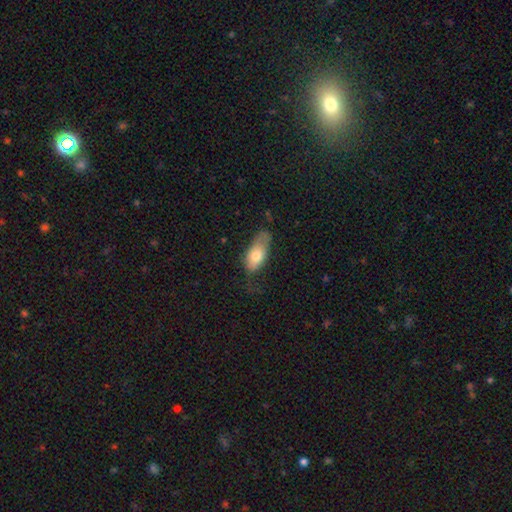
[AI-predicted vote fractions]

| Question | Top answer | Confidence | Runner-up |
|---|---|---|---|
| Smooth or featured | smooth | 72% | featured or disk (21%) |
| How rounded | in between | 88% | cigar-shaped (8%) |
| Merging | none | 39% | minor disturbance (37%) |